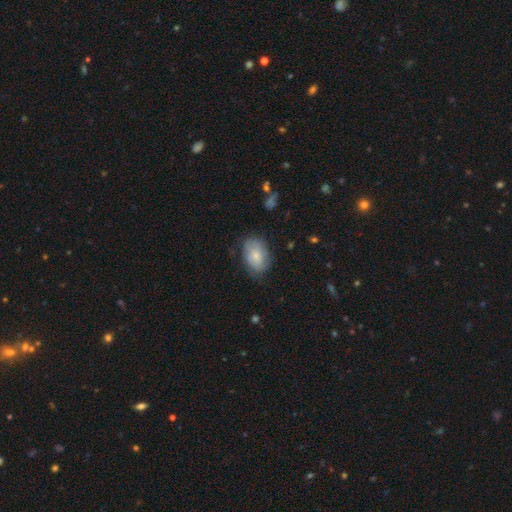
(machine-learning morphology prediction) The model was most divided on "merging": none: 70%, minor disturbance: 23%, major disturbance: 6%, merger: 1%. More confident: how rounded — in between (86%); smooth or featured — smooth (72%).